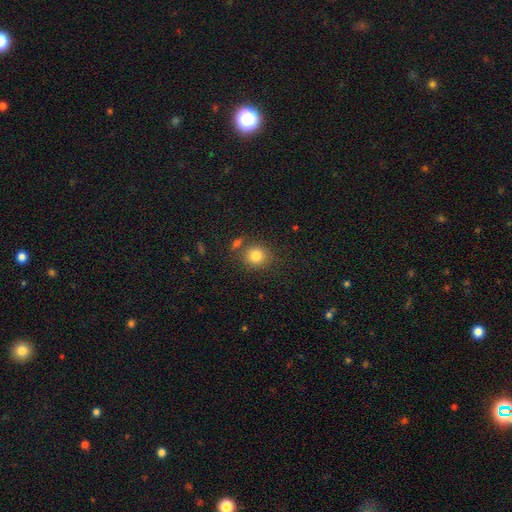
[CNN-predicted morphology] Overall: smooth (82%). How rounded: round (84%). Merging: none (75%).